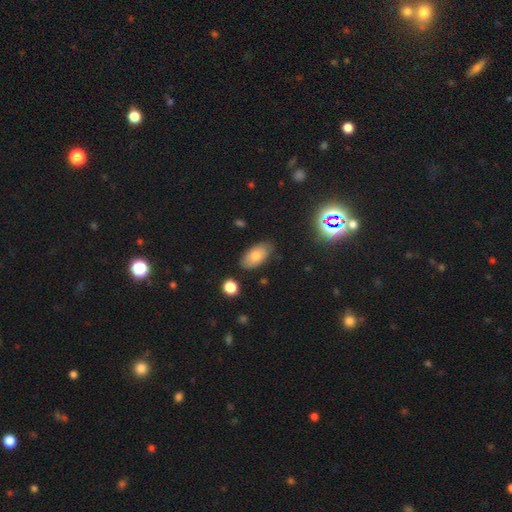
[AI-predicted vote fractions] A smooth galaxy with no disk features (76%) that is in between round and cigar-shaped (93%).

Vote fractions:
- Smooth or featured? smooth: 76% / featured or disk: 15% / star or artifact: 9%
- How rounded? in between: 93% / round: 4% / cigar-shaped: 3%
- Merging? none: 82% / minor disturbance: 13% / major disturbance: 3% / merger: 2%